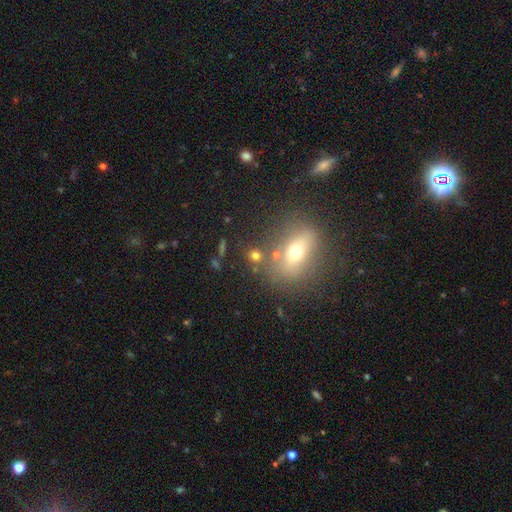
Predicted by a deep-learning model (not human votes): Morphology: type=smooth (67%); roundness=round (58%); merging=none (69%).